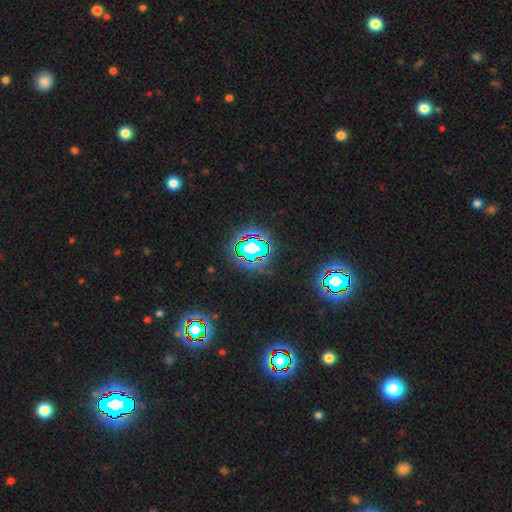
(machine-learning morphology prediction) type=star or artifact (81%).